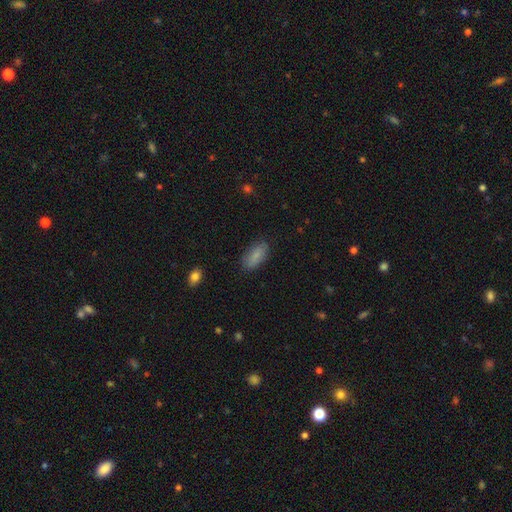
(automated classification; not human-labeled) A smooth galaxy with no disk features (84%) that is in between round and cigar-shaped (86%). Merging: none (82%).